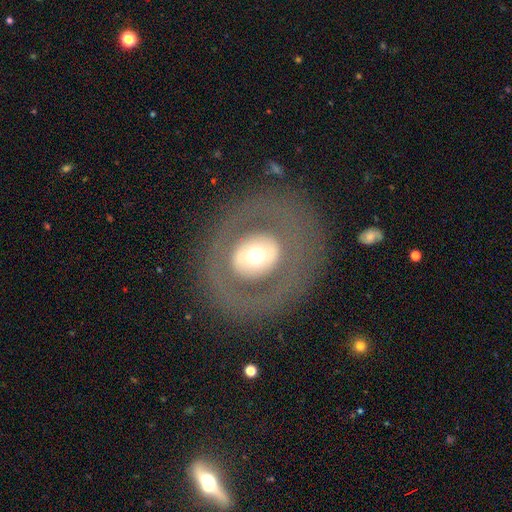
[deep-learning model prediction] Smooth or featured?
  - featured or disk: 54% *
  - smooth: 39%
  - star or artifact: 7%
Edge-on disk?
  - no: 92% *
  - yes: 8%
Merging?
  - none: 81% *
  - major disturbance: 9%
  - minor disturbance: 9%
  - merger: 1%